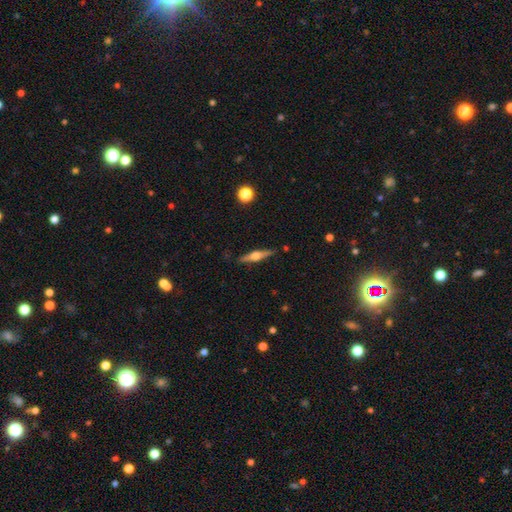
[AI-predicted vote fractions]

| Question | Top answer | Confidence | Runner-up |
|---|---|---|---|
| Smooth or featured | featured or disk | 70% | smooth (23%) |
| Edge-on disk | yes | 97% | no (3%) |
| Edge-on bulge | rounded | 91% | boxy (7%) |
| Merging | none | 88% | minor disturbance (9%) |